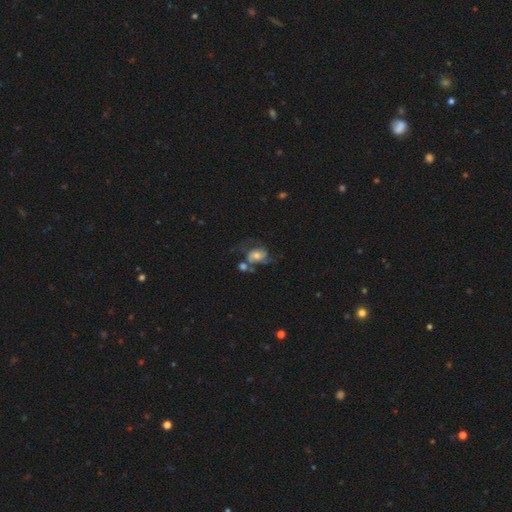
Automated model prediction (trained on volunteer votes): Q: Smooth or featured?
A: featured or disk (71%); runner-up: smooth (21%)
Q: Edge-on disk?
A: no (97%); runner-up: yes (3%)
Q: Bar?
A: no (66%); runner-up: weak (27%)
Q: Spiral arms?
A: yes (89%); runner-up: no (11%)
Q: Spiral winding?
A: medium (46%); runner-up: loose (35%)
Q: Spiral arm count?
A: 2 (73%); runner-up: can't tell (10%)
Q: Bulge size?
A: moderate (53%); runner-up: small (35%)
Q: Merging?
A: none (37%); runner-up: major disturbance (25%)